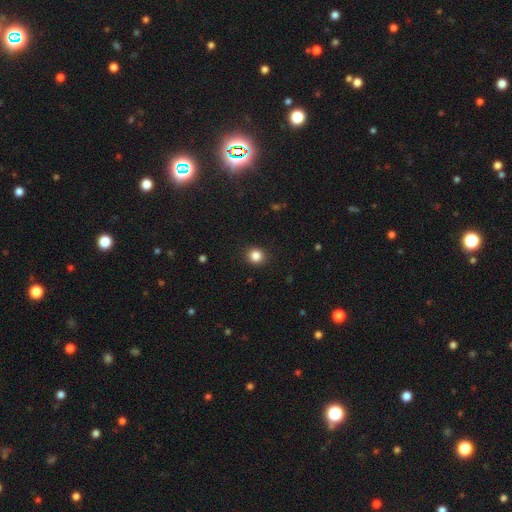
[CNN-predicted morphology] Smooth or featured? Predicted: smooth (p=0.84). How rounded? Predicted: round (p=0.87). Merging? Predicted: none (p=0.91).